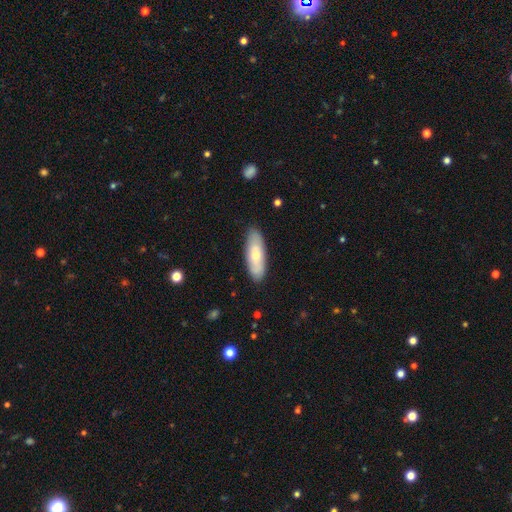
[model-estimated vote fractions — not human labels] This is likely a smooth galaxy (65%). How rounded: likely in between (65%). Merging: clearly none (87%).